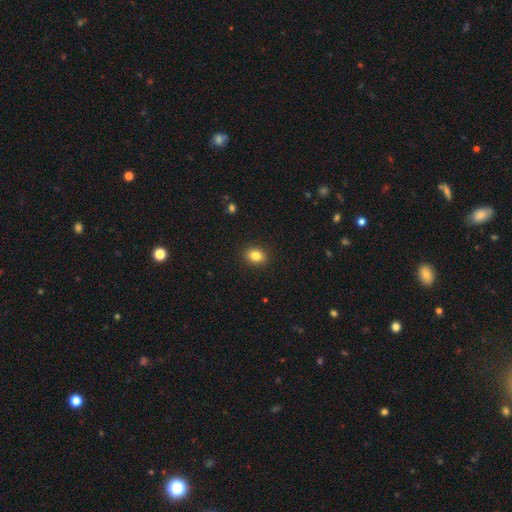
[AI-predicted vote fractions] smooth-or-featured: smooth: 84% | star or artifact: 10% | featured or disk: 7%
  how-rounded: in between: 59% | round: 40% | cigar-shaped: 1%
  merging: none: 90% | minor disturbance: 7% | major disturbance: 2% | merger: 1%